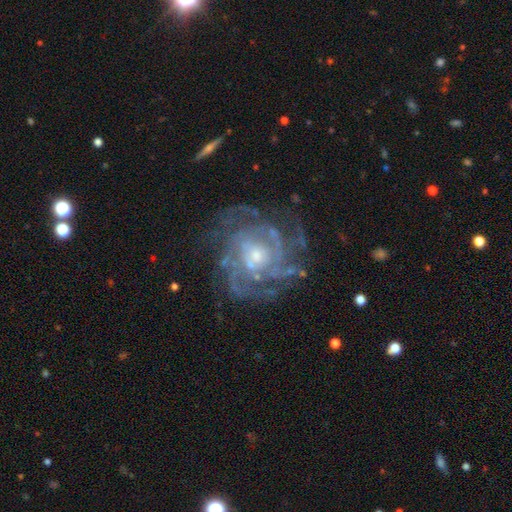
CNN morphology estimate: Smooth or featured?
  - featured or disk: 88% *
  - star or artifact: 7%
  - smooth: 5%
Edge-on disk?
  - no: 97% *
  - yes: 3%
Bar?
  - no: 74% *
  - weak: 21%
  - strong: 5%
Spiral arms?
  - yes: 94% *
  - no: 6%
Spiral winding?
  - tight: 65% *
  - medium: 28%
  - loose: 7%
Spiral arm count?
  - can't tell: 32% *
  - 4: 20%
  - 3: 17%
  - more than 4: 13%
  - 2: 12%
  - 1: 7%
Bulge size?
  - small: 51% *
  - moderate: 42%
  - large: 4%
  - none: 2%
  - dominant: 1%
Merging?
  - none: 72% *
  - minor disturbance: 16%
  - major disturbance: 10%
  - merger: 2%